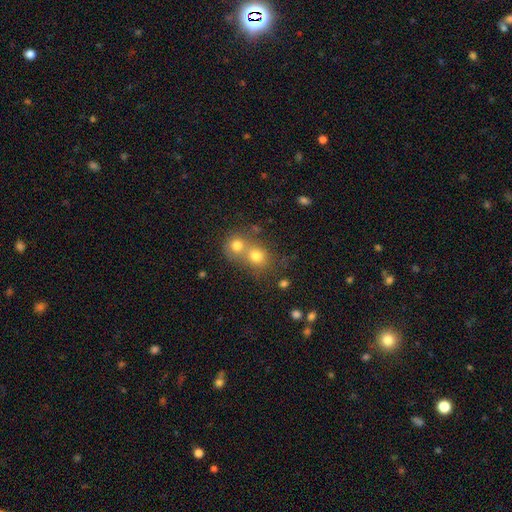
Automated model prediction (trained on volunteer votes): smooth_or_featured: smooth (p=0.74) [alt: star or artifact p=0.14]
how_rounded: round (p=0.79) [alt: in between p=0.20]
merging: merger (p=0.52) [alt: none p=0.39]